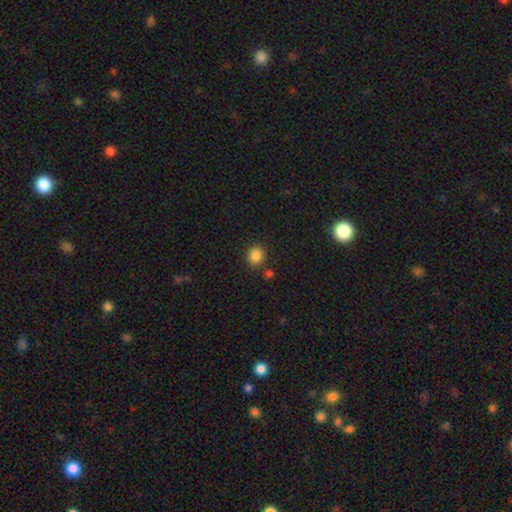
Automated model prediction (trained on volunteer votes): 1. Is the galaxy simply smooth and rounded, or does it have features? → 85% smooth, 11% star or artifact, 4% featured or disk.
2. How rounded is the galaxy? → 69% round, 30% in between, 1% cigar-shaped.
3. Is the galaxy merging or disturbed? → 81% none, 10% minor disturbance, 6% merger, 3% major disturbance.